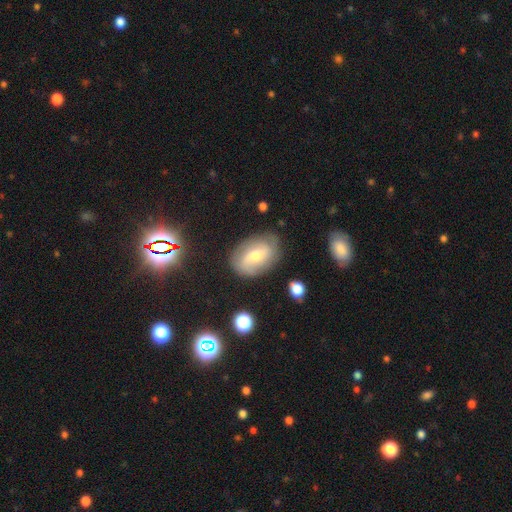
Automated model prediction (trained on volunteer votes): smooth-or-featured: featured or disk: 56% | smooth: 35% | star or artifact: 9%
  disk-edge-on: no: 94% | yes: 6%
    bar: weak: 44% | no: 36% | strong: 19%
    has-spiral-arms: yes: 76% | no: 24%
    bulge-size: moderate: 53% | small: 41% | large: 4% | none: 1% | dominant: 1%
  merging: none: 76% | minor disturbance: 16% | major disturbance: 5% | merger: 2%